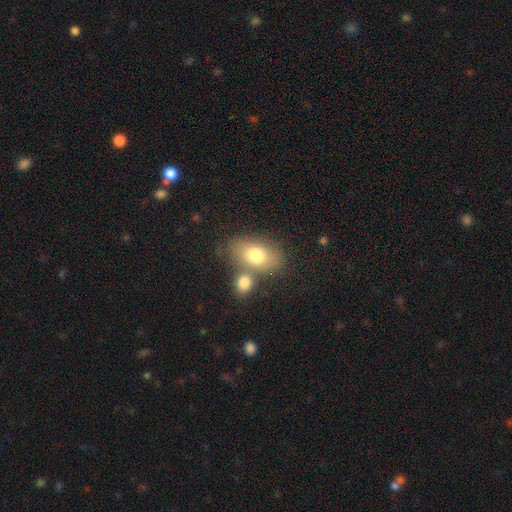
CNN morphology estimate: Smooth or featured? smooth (76%)
How rounded? in between (85%)
Merging? none (51%)